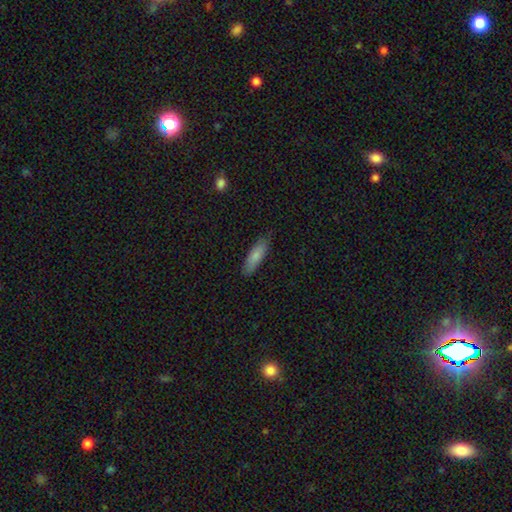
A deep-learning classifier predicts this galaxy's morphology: type=smooth (81%); roundness=cigar-shaped (54%); merging=none (83%).